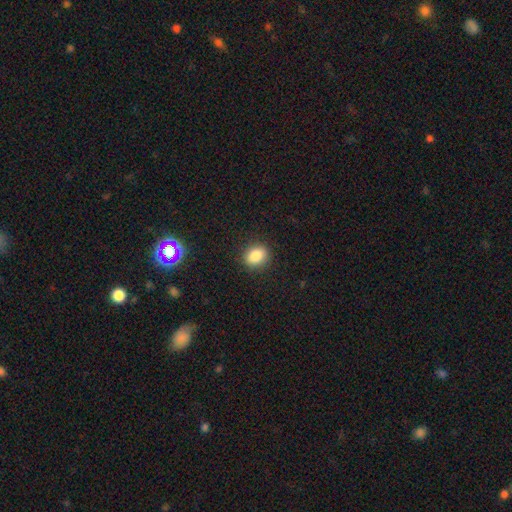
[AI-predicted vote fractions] Smooth or featured? smooth (85%)
How rounded? in between (50%)
Merging? none (88%)